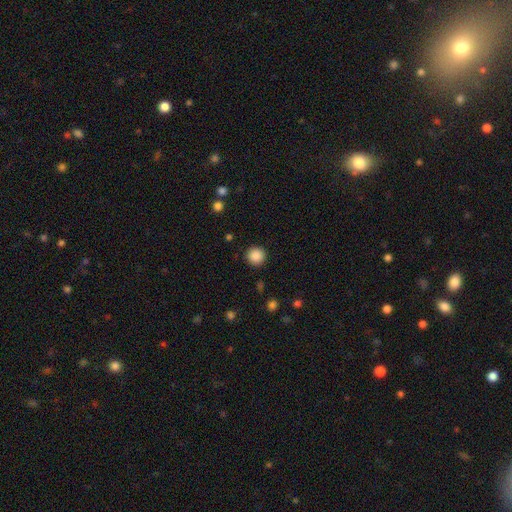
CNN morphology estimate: Q: Smooth or featured?
A: smooth (88%); runner-up: star or artifact (10%)
Q: How rounded?
A: round (95%); runner-up: in between (4%)
Q: Merging?
A: none (92%); runner-up: minor disturbance (5%)